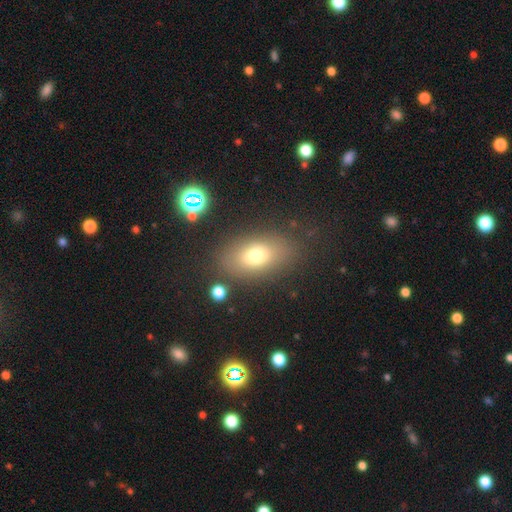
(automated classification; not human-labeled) Smooth or featured?
  - smooth: 72% *
  - featured or disk: 15%
  - star or artifact: 13%
How rounded?
  - in between: 82% *
  - round: 16%
  - cigar-shaped: 3%
Merging?
  - none: 80% *
  - minor disturbance: 12%
  - major disturbance: 5%
  - merger: 3%